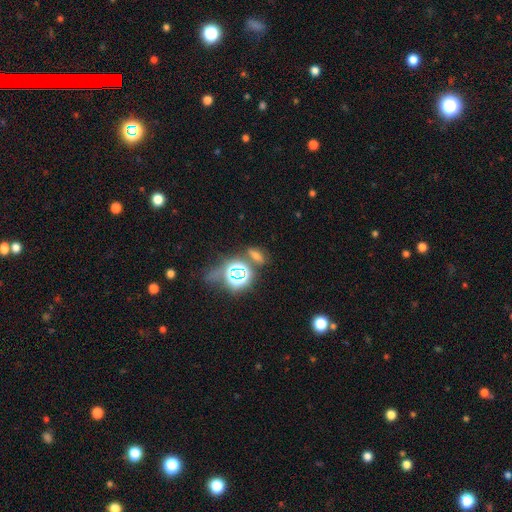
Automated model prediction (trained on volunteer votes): Smooth or featured? Predicted: star or artifact (p=0.45).